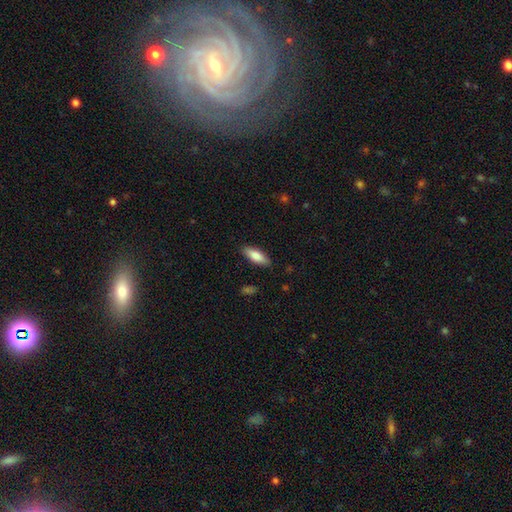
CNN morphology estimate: type=smooth (82%); roundness=in between (65%); merging=none (87%).